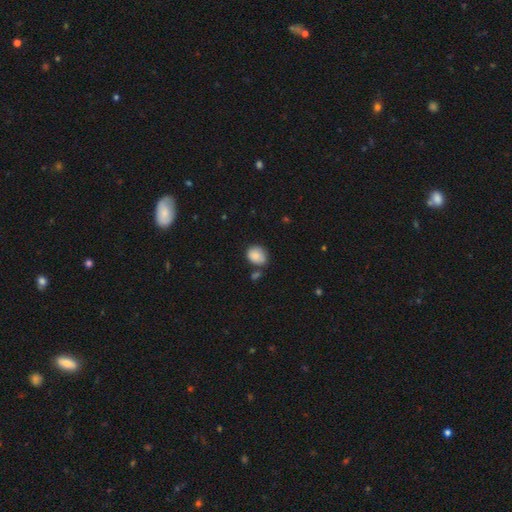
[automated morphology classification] Smooth or featured? smooth (85%)
How rounded? round (60%)
Merging? none (61%)